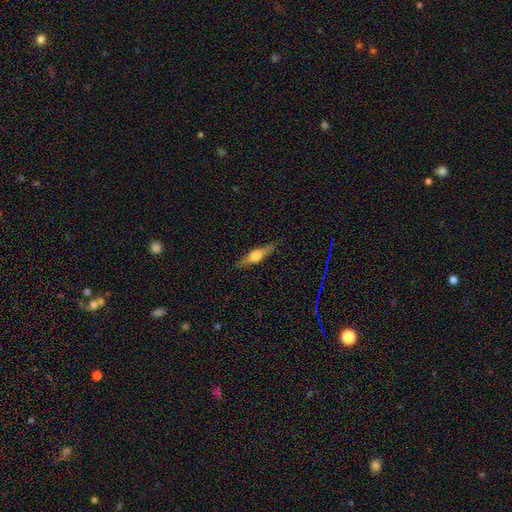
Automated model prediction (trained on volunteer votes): Smooth or featured? featured or disk (64%)
Edge-on disk? yes (96%)
Edge-on bulge? rounded (91%)
Merging? none (88%)